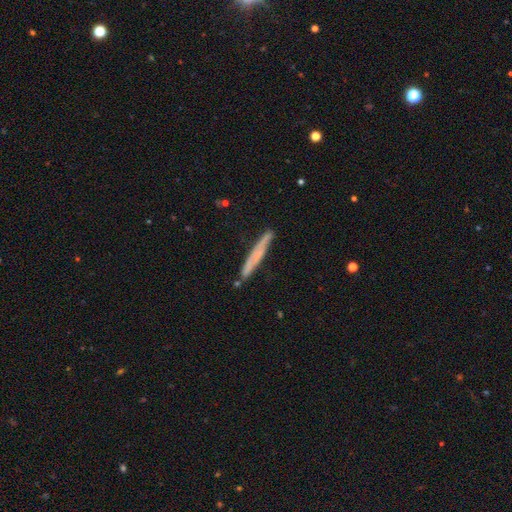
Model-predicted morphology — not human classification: Q: Smooth or featured?
A: smooth (52%); runner-up: featured or disk (41%)
Q: How rounded?
A: cigar-shaped (96%); runner-up: in between (3%)
Q: Merging?
A: none (84%); runner-up: minor disturbance (12%)